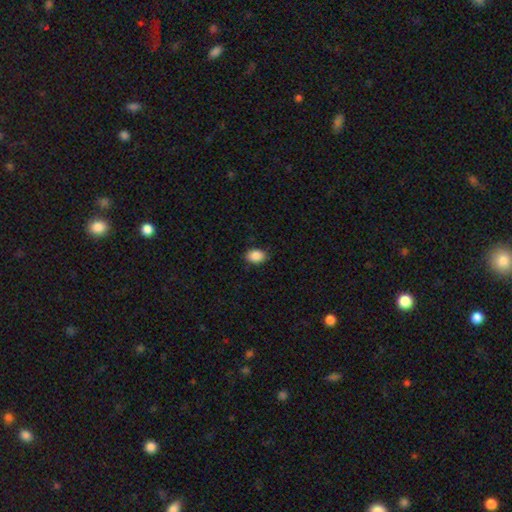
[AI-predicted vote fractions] A smooth galaxy with no disk features (89%) that is in between round and cigar-shaped (77%).

Vote fractions:
- Smooth or featured? smooth: 89% / star or artifact: 8% / featured or disk: 4%
- How rounded? in between: 77% / round: 22% / cigar-shaped: 1%
- Merging? none: 86% / minor disturbance: 11% / major disturbance: 2% / merger: 1%